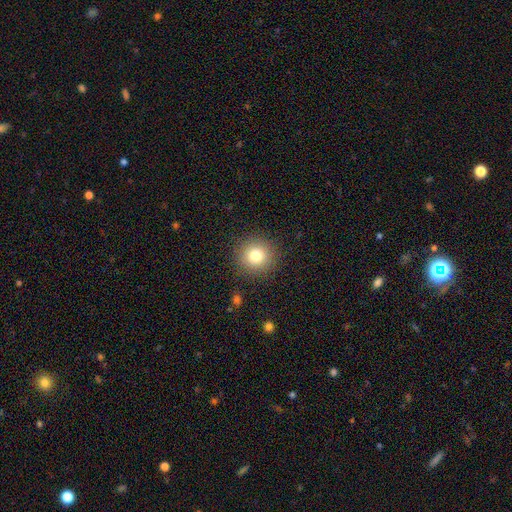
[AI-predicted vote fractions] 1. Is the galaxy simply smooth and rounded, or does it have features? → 79% smooth, 12% star or artifact, 9% featured or disk.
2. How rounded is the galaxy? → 94% round, 5% in between, 1% cigar-shaped.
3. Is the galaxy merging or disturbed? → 90% none, 6% minor disturbance, 2% major disturbance, 1% merger.